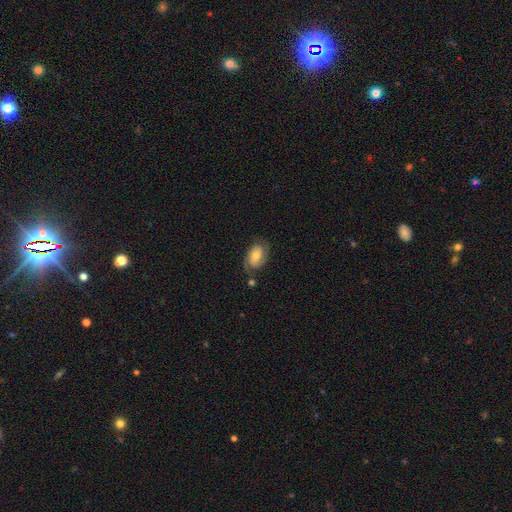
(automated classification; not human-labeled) Q: Smooth or featured?
A: featured or disk (56%); runner-up: smooth (36%)
Q: Edge-on disk?
A: no (95%); runner-up: yes (5%)
Q: Bar?
A: no (66%); runner-up: weak (27%)
Q: Spiral arms?
A: yes (84%); runner-up: no (16%)
Q: Bulge size?
A: moderate (59%); runner-up: small (34%)
Q: Merging?
A: none (64%); runner-up: minor disturbance (22%)